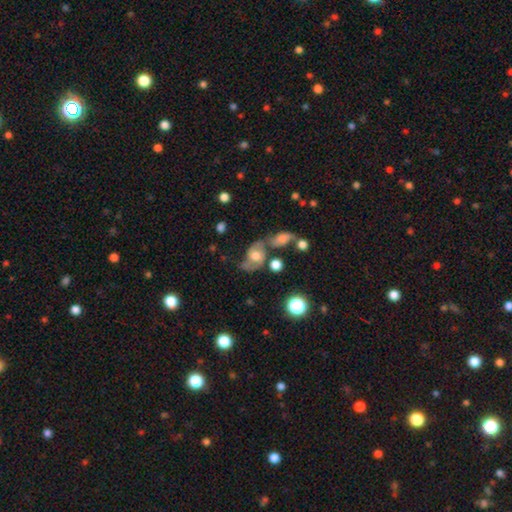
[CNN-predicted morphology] A featured or disk galaxy (50%). Merging: none (36%).